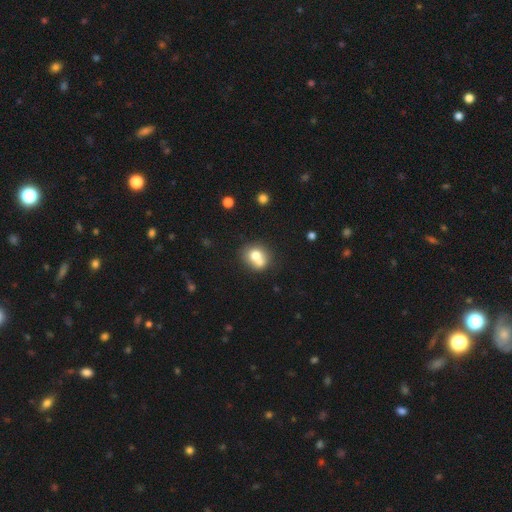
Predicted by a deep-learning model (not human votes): Morphology: type=smooth (69%); roundness=round (75%); merging=merger (49%).